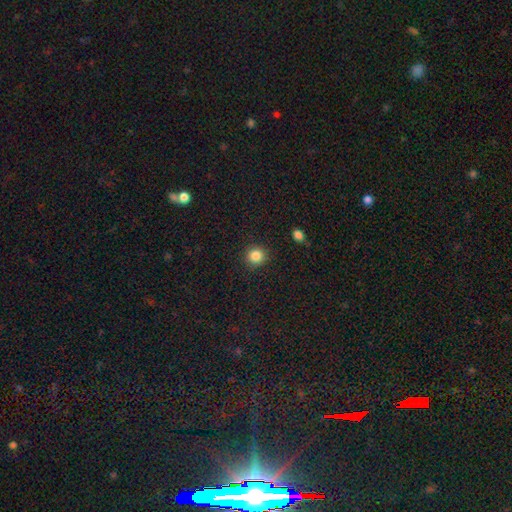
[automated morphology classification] smooth-or-featured: smooth: 85% | star or artifact: 11% | featured or disk: 4%
  how-rounded: round: 92% | in between: 7% | cigar-shaped: 1%
  merging: none: 91% | minor disturbance: 6% | major disturbance: 2% | merger: 1%